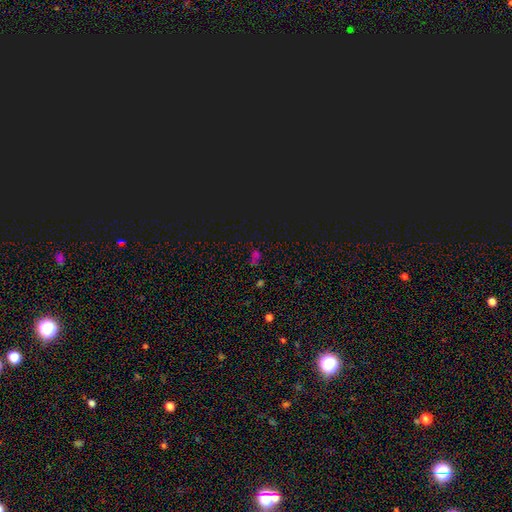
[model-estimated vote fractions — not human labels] This appears to be a star or artifact, not a galaxy (59%).